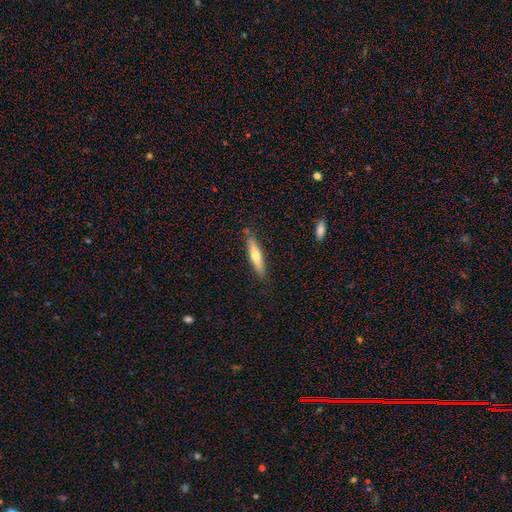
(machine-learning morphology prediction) A smooth galaxy with no disk features (54%) that is cigar-shaped (84%).

Vote fractions:
- Smooth or featured? smooth: 54% / featured or disk: 41% / star or artifact: 6%
- How rounded? cigar-shaped: 84% / in between: 14% / round: 2%
- Merging? none: 85% / minor disturbance: 10% / merger: 2% / major disturbance: 2%